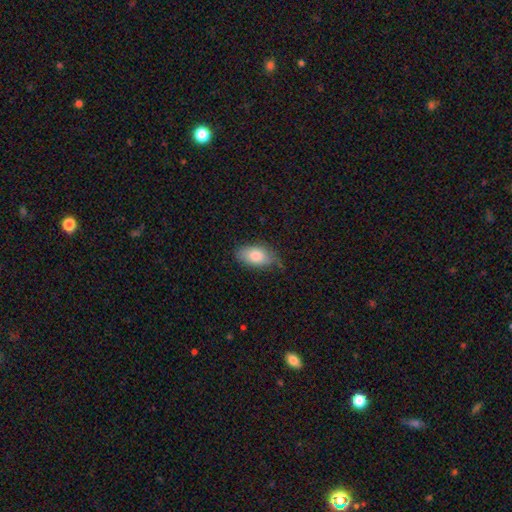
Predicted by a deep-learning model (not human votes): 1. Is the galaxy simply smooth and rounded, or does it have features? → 82% smooth, 11% featured or disk, 7% star or artifact.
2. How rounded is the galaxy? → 92% in between, 5% round, 3% cigar-shaped.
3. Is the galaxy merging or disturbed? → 68% none, 25% minor disturbance, 5% major disturbance, 2% merger.